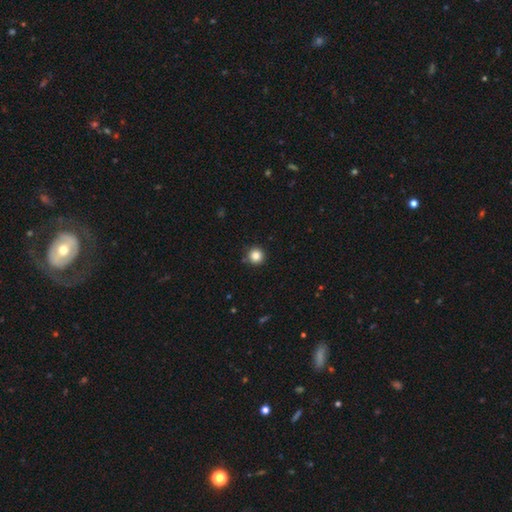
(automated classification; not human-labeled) A smooth galaxy with no disk features (84%) that is round (96%).

Vote fractions:
- Smooth or featured? smooth: 84% / star or artifact: 12% / featured or disk: 5%
- How rounded? round: 96% / in between: 3% / cigar-shaped: 1%
- Merging? none: 90% / minor disturbance: 6% / merger: 2% / major disturbance: 2%